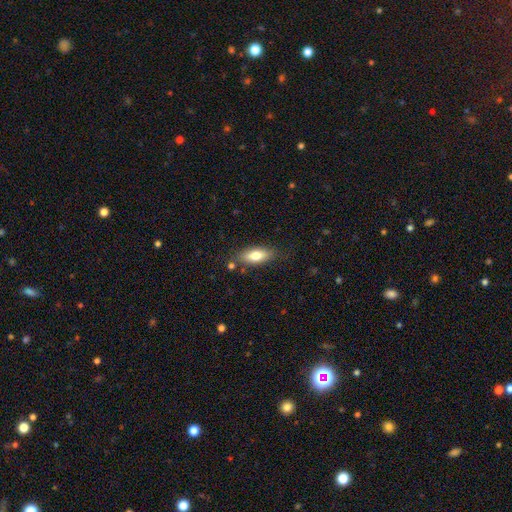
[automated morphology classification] This appears to be a smooth galaxy with no disk features (76%) that is in between round and cigar-shaped (76%). Merging: none (80%).